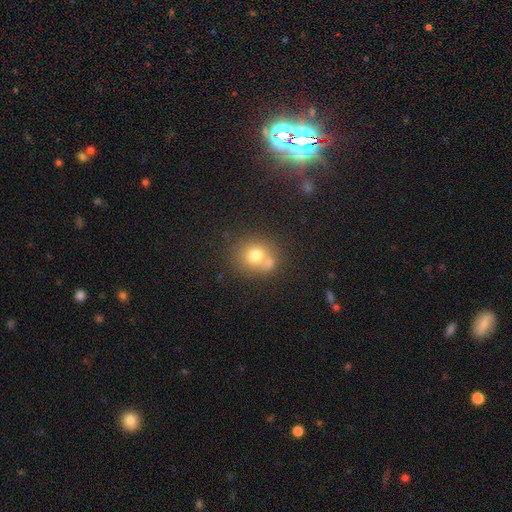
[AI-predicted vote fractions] Smooth or featured? Predicted: smooth (p=0.72). How rounded? Predicted: round (p=0.79). Merging? Predicted: none (p=0.54).